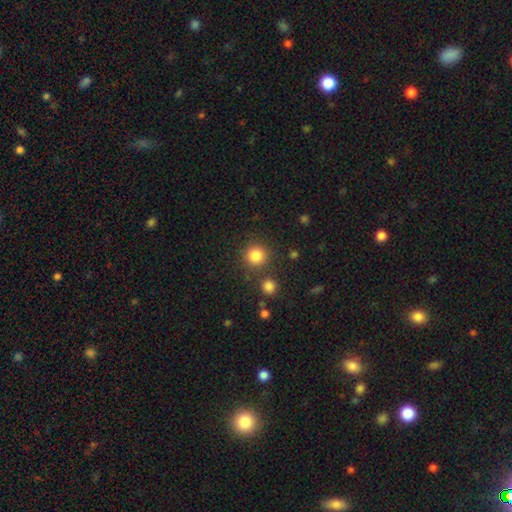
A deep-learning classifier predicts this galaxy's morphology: smooth 84%, star or artifact 12%, featured or disk 5%. Down the decision tree: how rounded — round (93%); merging — none (84%).